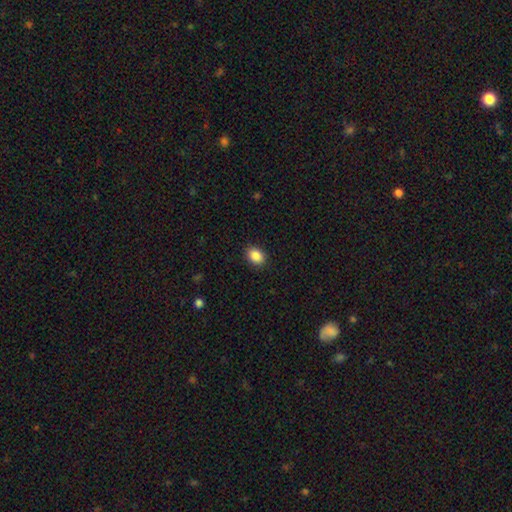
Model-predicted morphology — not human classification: Q: Smooth or featured?
A: smooth (88%); runner-up: star or artifact (9%)
Q: How rounded?
A: in between (64%); runner-up: round (35%)
Q: Merging?
A: none (90%); runner-up: minor disturbance (7%)